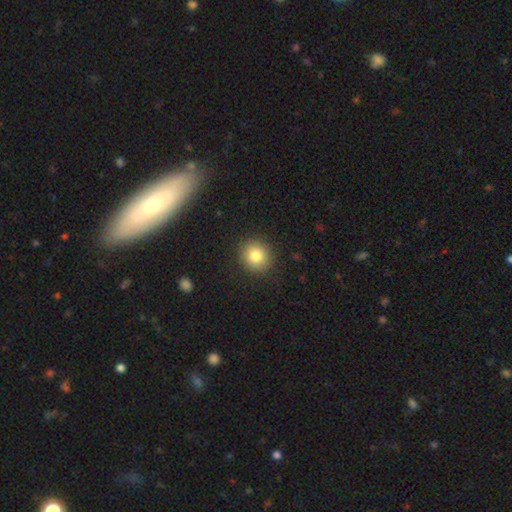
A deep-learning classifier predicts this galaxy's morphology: smooth_or_featured: smooth (p=0.82) [alt: star or artifact p=0.10]
how_rounded: round (p=0.90) [alt: in between p=0.09]
merging: none (p=0.90) [alt: minor disturbance p=0.07]